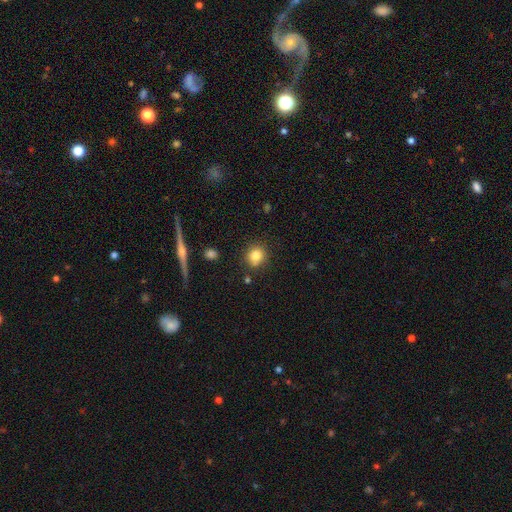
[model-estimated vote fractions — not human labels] A smooth galaxy with no disk features (82%) that is round (84%).

Vote fractions:
- Smooth or featured? smooth: 82% / star or artifact: 10% / featured or disk: 7%
- How rounded? round: 84% / in between: 14% / cigar-shaped: 1%
- Merging? none: 82% / minor disturbance: 11% / merger: 4% / major disturbance: 3%